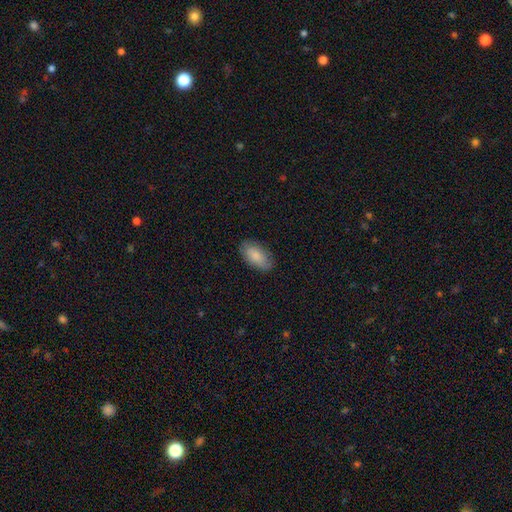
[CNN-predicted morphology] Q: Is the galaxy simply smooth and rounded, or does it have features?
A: smooth — 82%.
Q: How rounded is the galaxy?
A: in between — 94%.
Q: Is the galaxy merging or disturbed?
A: none — 81%.